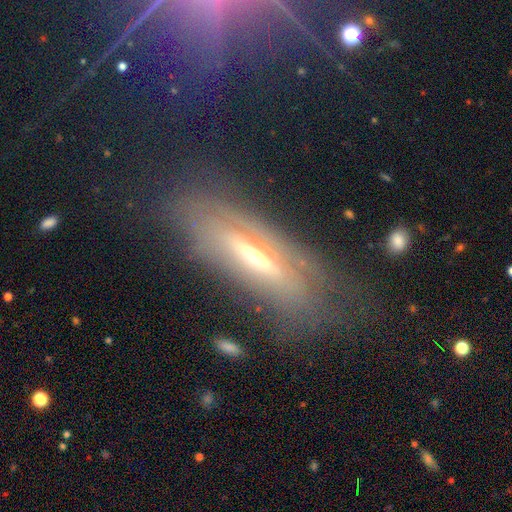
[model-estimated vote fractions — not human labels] A featured or disk galaxy (67%) viewed edge-on (63%). Merging: none (68%).